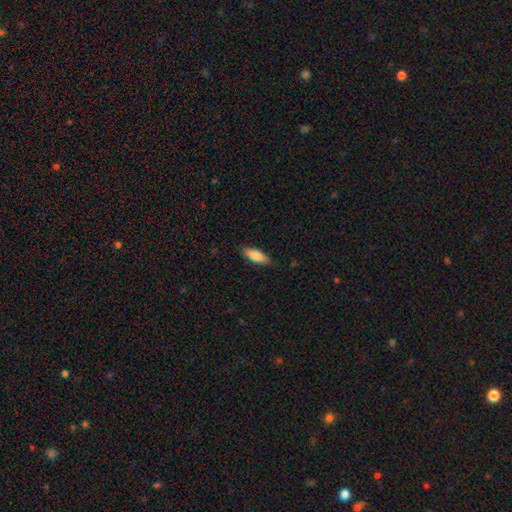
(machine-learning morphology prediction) The model was most divided on "how rounded": in between: 67%, cigar-shaped: 31%, round: 2%. More confident: merging — none (84%); smooth or featured — smooth (83%).